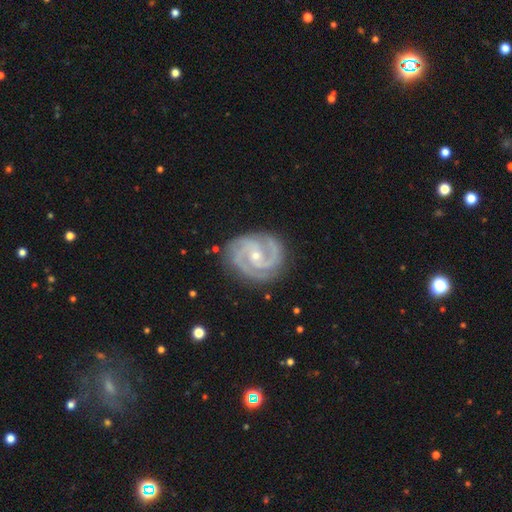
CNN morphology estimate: smooth_or_featured: featured or disk (p=0.93) [alt: star or artifact p=0.04]
disk_edge_on: no (p=0.98) [alt: yes p=0.02]
bar: no (p=0.60) [alt: weak p=0.30]
has_spiral_arms: yes (p=0.99) [alt: no p=0.01]
spiral_winding: tight (p=0.58) [alt: medium p=0.38]
spiral_arm_count: 2 (p=0.44) [alt: 3 p=0.39]
bulge_size: small (p=0.70) [alt: moderate p=0.27]
merging: none (p=0.81) [alt: minor disturbance p=0.14]